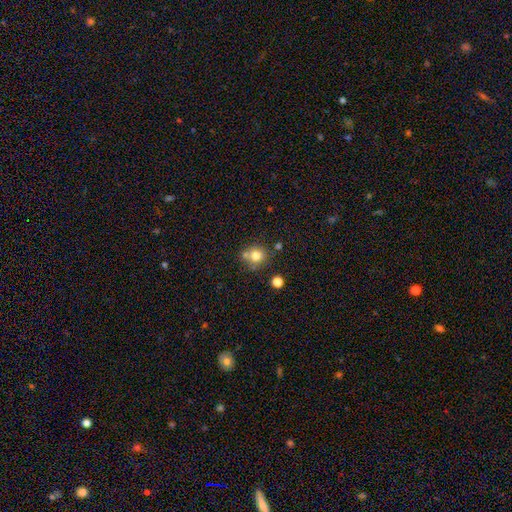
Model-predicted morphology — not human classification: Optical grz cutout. It shows a smooth galaxy with no disk features (77%) that is round (88%). Merging: none (64%).